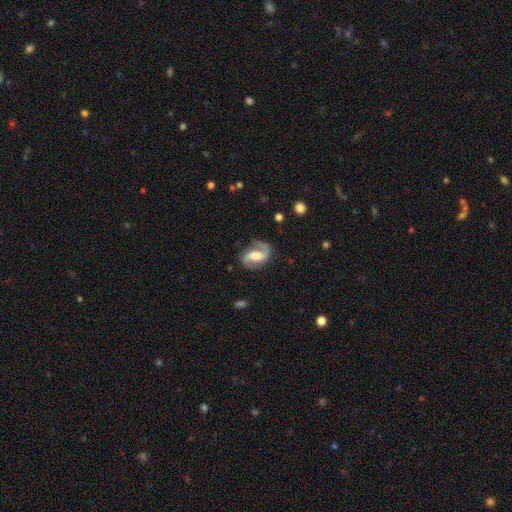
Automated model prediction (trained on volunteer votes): The model was most divided on "bar": weak: 43%, strong: 31%, no: 26%. Remaining: edge-on disk — no (98%); spiral arms — yes (96%); spiral arm count — 2 (89%); smooth or featured — featured or disk (86%); merging — none (78%); spiral winding — medium (49%); bulge size — moderate (47%).